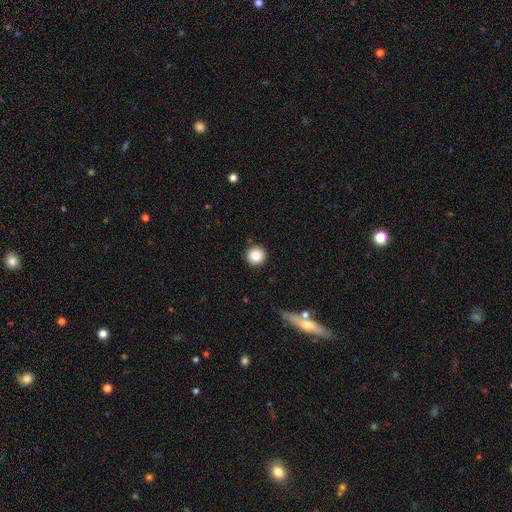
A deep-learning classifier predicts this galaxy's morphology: smooth 88%, star or artifact 9%, featured or disk 3%. Down the decision tree: how rounded — round (95%); merging — none (90%).